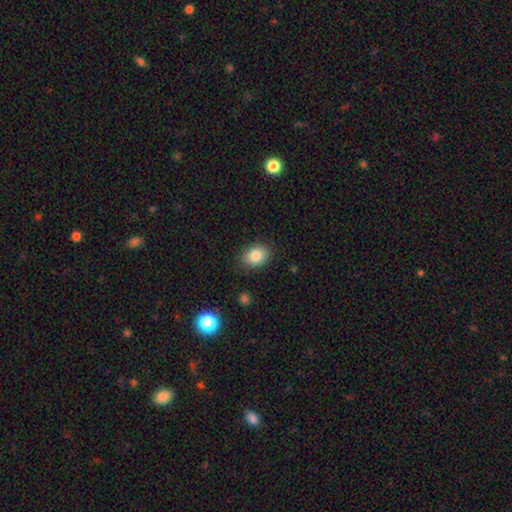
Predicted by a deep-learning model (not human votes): This appears to be a smooth galaxy with no disk features (84%) that is in between round and cigar-shaped (69%). Merging: none (85%).